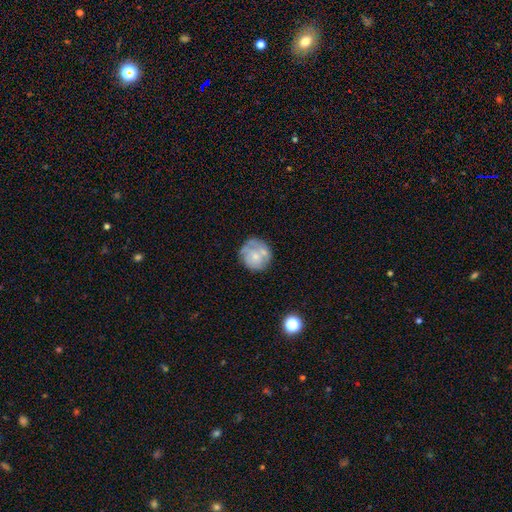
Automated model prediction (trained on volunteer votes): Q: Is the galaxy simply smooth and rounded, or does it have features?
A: featured or disk — 50%.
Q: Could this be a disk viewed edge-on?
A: no — 98%.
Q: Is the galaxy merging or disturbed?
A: none — 56%.